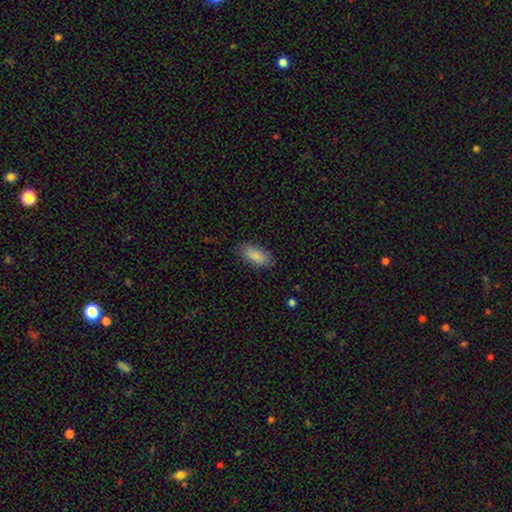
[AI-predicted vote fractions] Smooth or featured? smooth (89%)
How rounded? in between (90%)
Merging? none (85%)